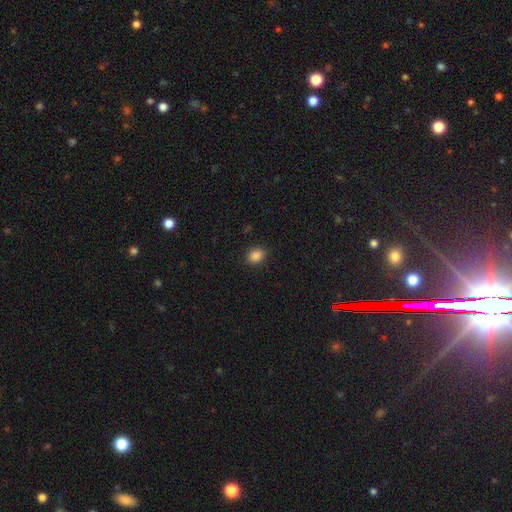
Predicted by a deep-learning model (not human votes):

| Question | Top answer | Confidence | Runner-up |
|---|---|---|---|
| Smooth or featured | smooth | 87% | star or artifact (10%) |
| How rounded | in between | 63% | round (36%) |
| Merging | none | 90% | minor disturbance (7%) |